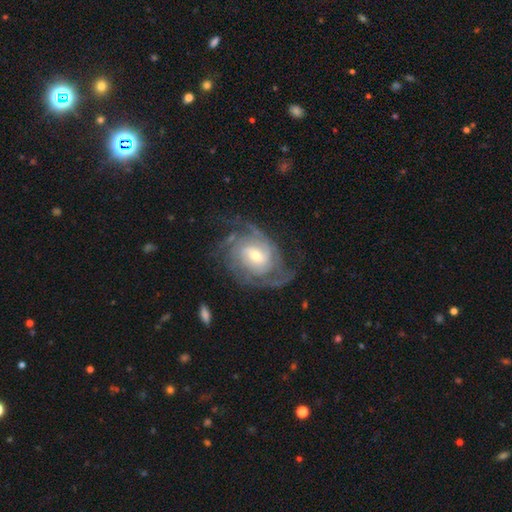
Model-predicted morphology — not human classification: This is clearly a featured or disk galaxy (89%). It is clearly not viewed edge-on (97%). Bar: marginally no (45%). Spiral arm pattern: clearly yes (97%). Spiral arm count: marginally can't tell (26%). Spiral winding: possibly tight (57%). Central bulge: possibly small (49%). Merging: likely none (67%).